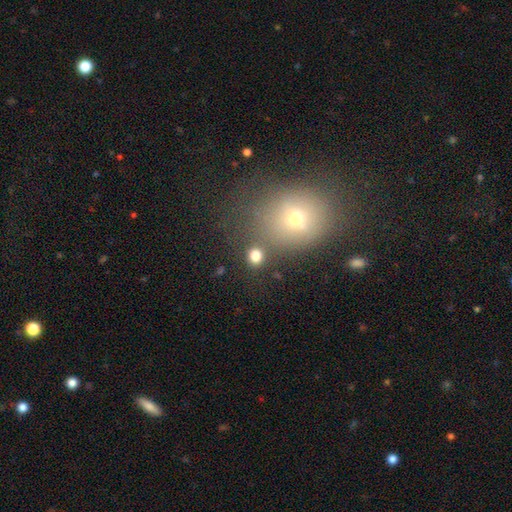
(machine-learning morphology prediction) Smooth or featured? Predicted: smooth (p=0.80). How rounded? Predicted: round (p=0.74). Merging? Predicted: none (p=0.77).